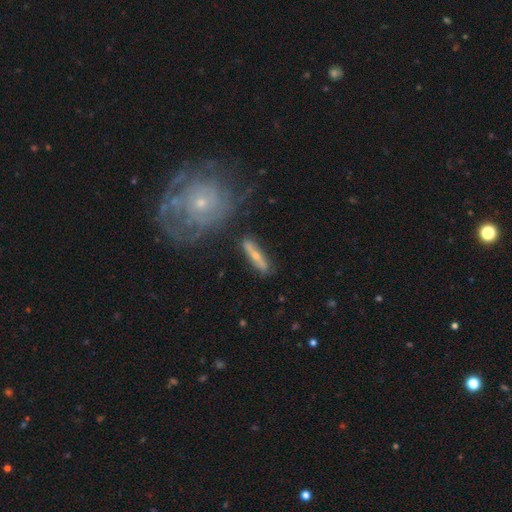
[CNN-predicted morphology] Smooth or featured?
  - featured or disk: 57% *
  - smooth: 35%
  - star or artifact: 7%
Edge-on disk?
  - yes: 65% *
  - no: 35%
Merging?
  - none: 79% *
  - minor disturbance: 13%
  - merger: 5%
  - major disturbance: 4%